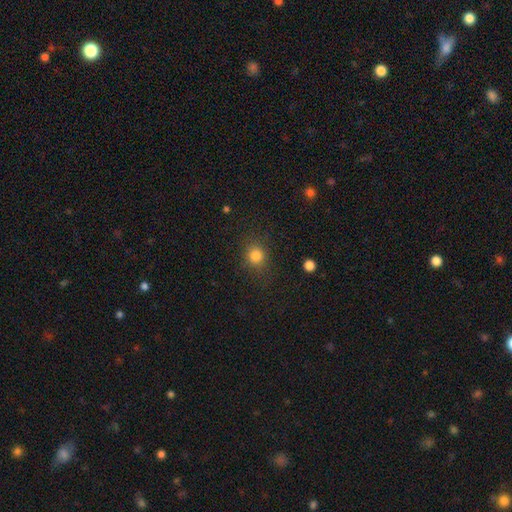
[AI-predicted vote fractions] Morphology: type=smooth (82%); roundness=round (82%); merging=none (84%).